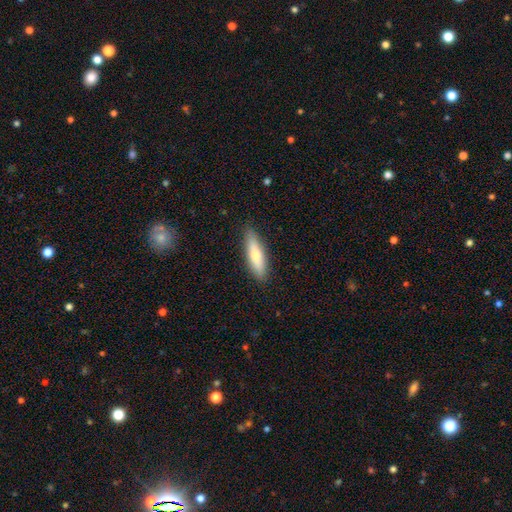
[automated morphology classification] Overall: smooth (71%). How rounded: cigar-shaped (65%; in between 33%). Merging: none (87%).